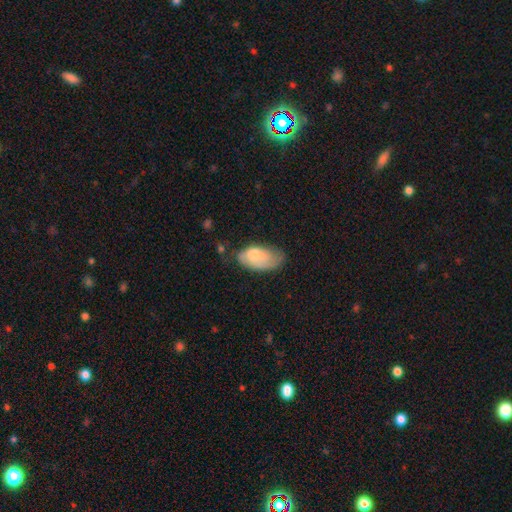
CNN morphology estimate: Smooth or featured? Predicted: smooth (p=0.66). How rounded? Predicted: in between (p=0.93). Merging? Predicted: minor disturbance (p=0.37, tied with none).